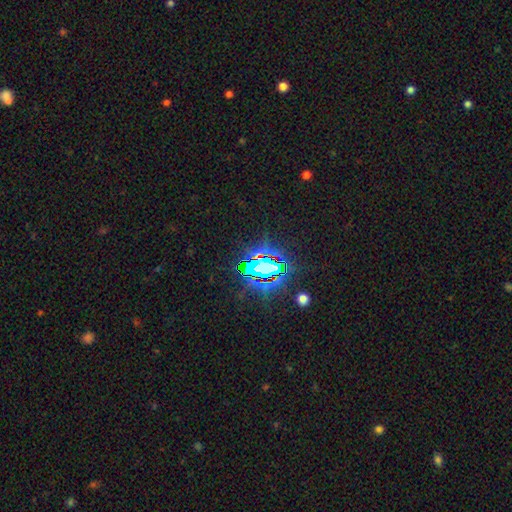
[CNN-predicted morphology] Smooth or featured? Predicted: star or artifact (p=0.81).